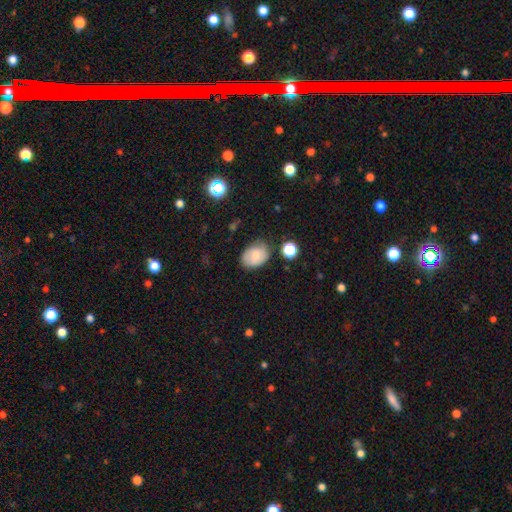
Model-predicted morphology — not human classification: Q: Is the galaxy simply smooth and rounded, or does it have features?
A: smooth — 73%.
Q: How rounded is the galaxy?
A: in between — 73%.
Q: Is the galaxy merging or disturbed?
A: none — 64%.